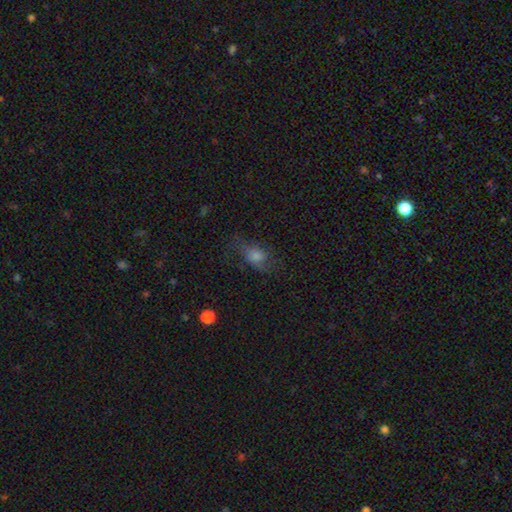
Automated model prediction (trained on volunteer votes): Morphology: type=smooth (50%); merging=none (59%).